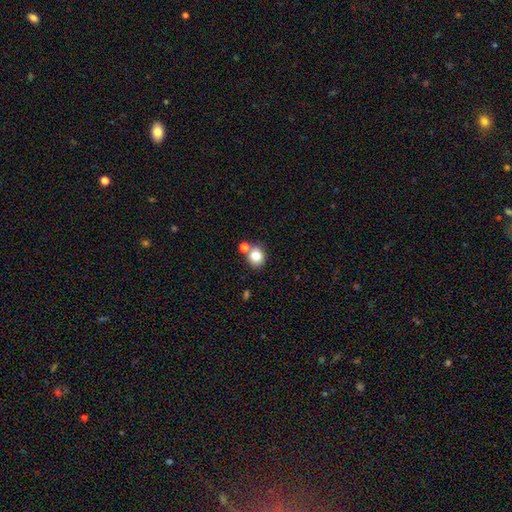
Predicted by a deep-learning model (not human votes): This appears to be a smooth galaxy with no disk features (81%) that is round (77%). Merging: none (64%).